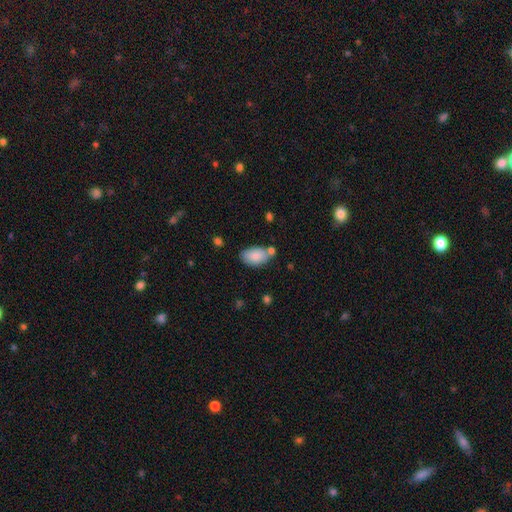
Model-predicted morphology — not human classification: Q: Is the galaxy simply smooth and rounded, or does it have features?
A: smooth — 84%.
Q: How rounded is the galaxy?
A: in between — 93%.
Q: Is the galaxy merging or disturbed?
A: none — 65%.